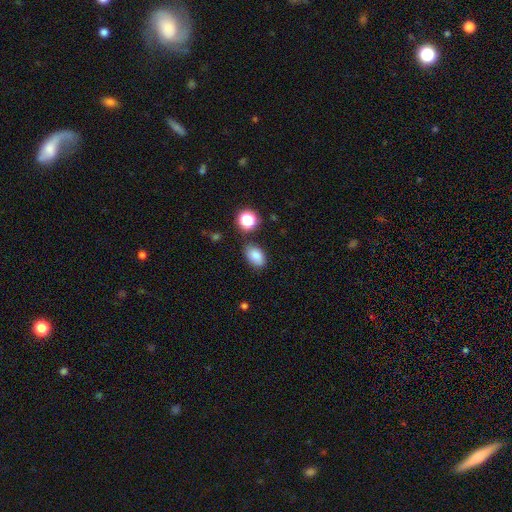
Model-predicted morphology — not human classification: Smooth or featured? smooth (83%)
How rounded? in between (87%)
Merging? none (79%)